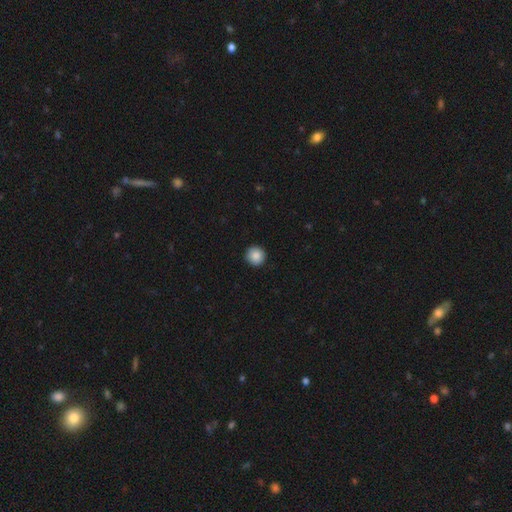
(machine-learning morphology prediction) Smooth or featured? smooth (88%)
How rounded? round (95%)
Merging? none (92%)